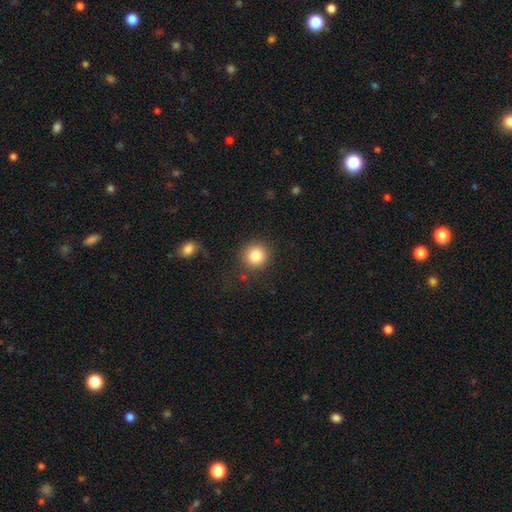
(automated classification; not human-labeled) Overall: smooth (83%). How rounded: round (93%). Merging: none (86%).